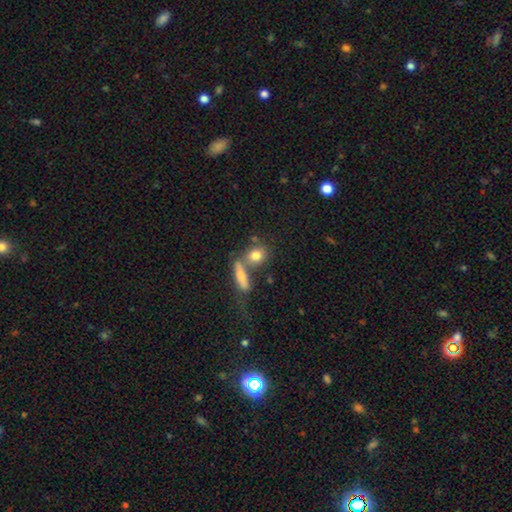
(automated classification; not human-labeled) Q: Smooth or featured?
A: smooth (77%); runner-up: featured or disk (13%)
Q: How rounded?
A: round (54%); runner-up: in between (36%)
Q: Merging?
A: none (52%); runner-up: merger (31%)